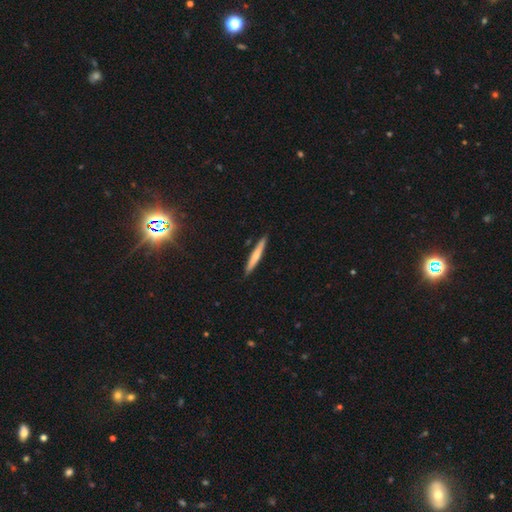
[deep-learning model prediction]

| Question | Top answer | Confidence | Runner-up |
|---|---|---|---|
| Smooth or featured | smooth | 57% | featured or disk (37%) |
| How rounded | cigar-shaped | 95% | in between (4%) |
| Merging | none | 89% | minor disturbance (8%) |